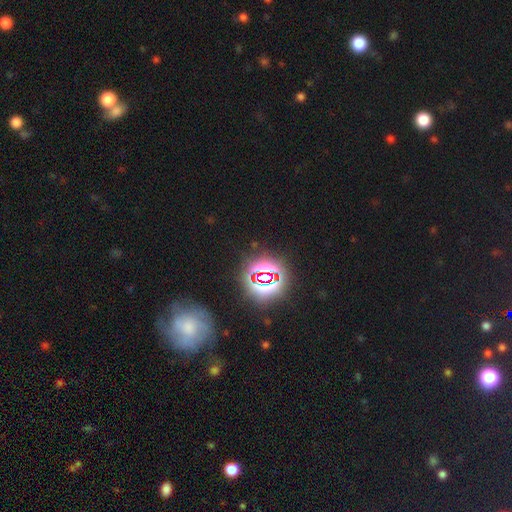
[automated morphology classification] Overall: star or artifact (73%).